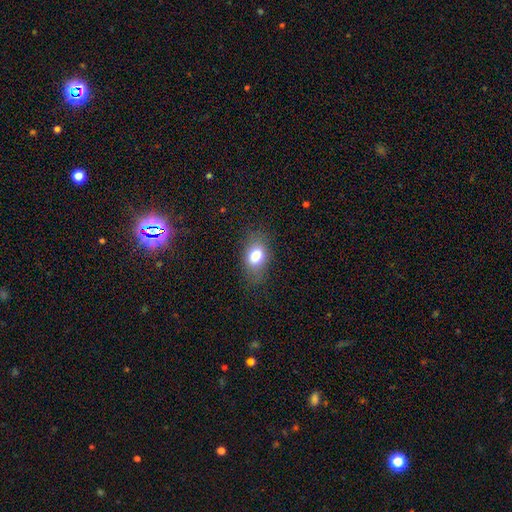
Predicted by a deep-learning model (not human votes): smooth 78%, featured or disk 12%, star or artifact 10%. Down the decision tree: how rounded — in between (82%); merging — none (76%).